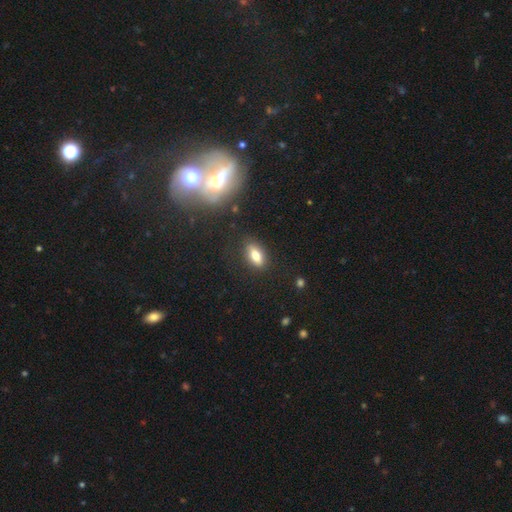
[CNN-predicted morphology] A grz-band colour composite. It shows a smooth galaxy with no disk features (78%) that is in between round and cigar-shaped (83%). Merging: none (82%).